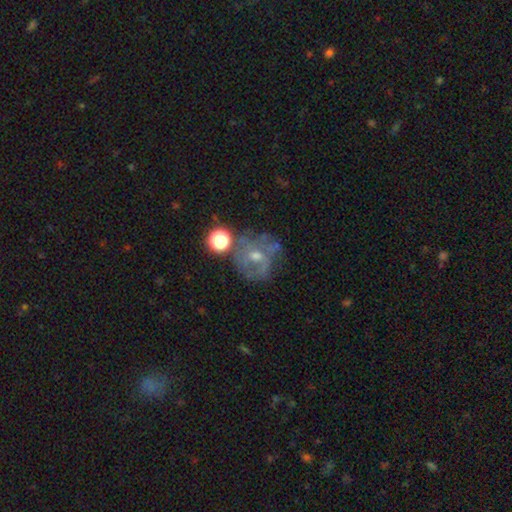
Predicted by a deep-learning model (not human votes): This appears to be a featured or disk galaxy (54%) with no bar (67%), spiral arms (51%) and a moderate central bulge (53%). Merging: none (48%).